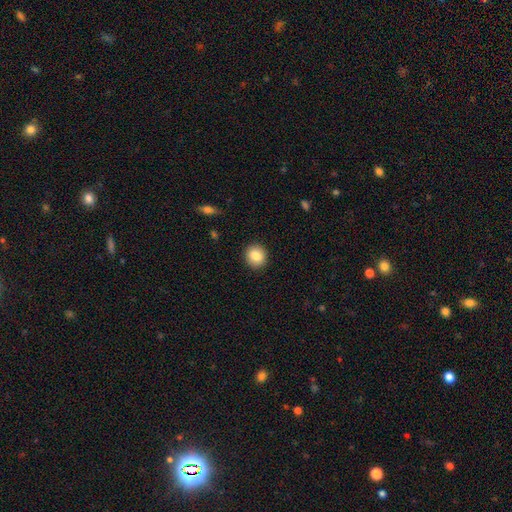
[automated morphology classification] smooth-or-featured: smooth: 85% | star or artifact: 8% | featured or disk: 6%
  how-rounded: round: 82% | in between: 17% | cigar-shaped: 1%
  merging: none: 91% | minor disturbance: 6% | major disturbance: 2% | merger: 1%